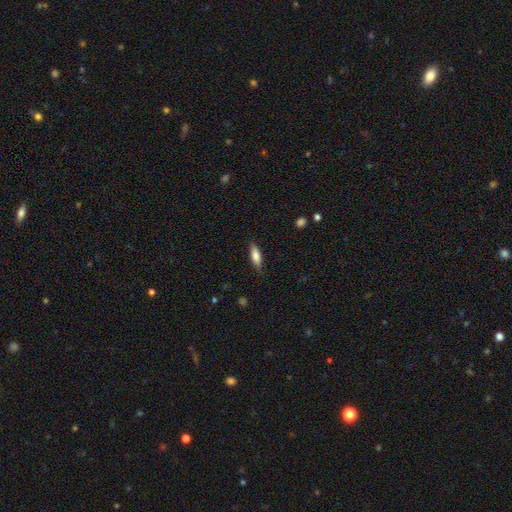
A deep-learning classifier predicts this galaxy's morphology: Q: Smooth or featured?
A: smooth (77%); runner-up: featured or disk (17%)
Q: How rounded?
A: in between (52%); runner-up: cigar-shaped (46%)
Q: Merging?
A: none (82%); runner-up: minor disturbance (14%)